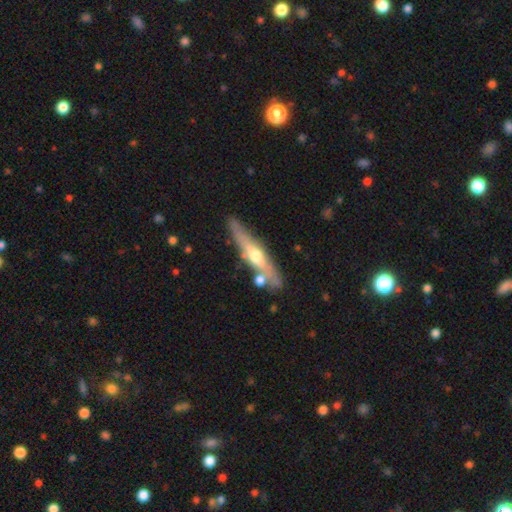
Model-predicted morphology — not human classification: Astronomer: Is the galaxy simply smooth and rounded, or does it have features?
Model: featured or disk — 67%.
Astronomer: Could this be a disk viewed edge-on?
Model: yes — 88%.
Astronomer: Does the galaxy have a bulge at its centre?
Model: rounded — 88%.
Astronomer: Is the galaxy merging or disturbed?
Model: none — 74%.